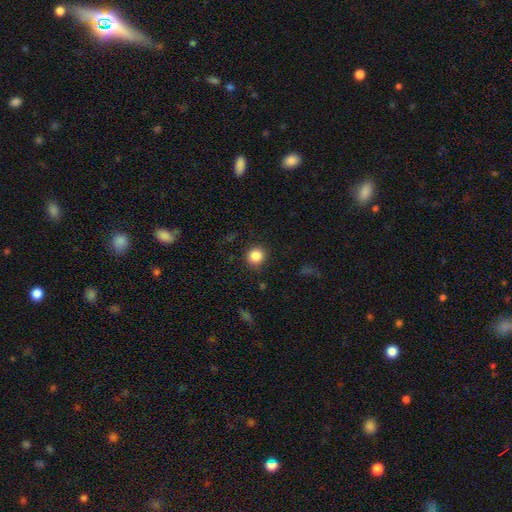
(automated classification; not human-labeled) Smooth or featured: smooth — 86% (star or artifact — 10%)
How rounded: round — 91% (in between — 8%)
Merging: none — 88% (minor disturbance — 8%)